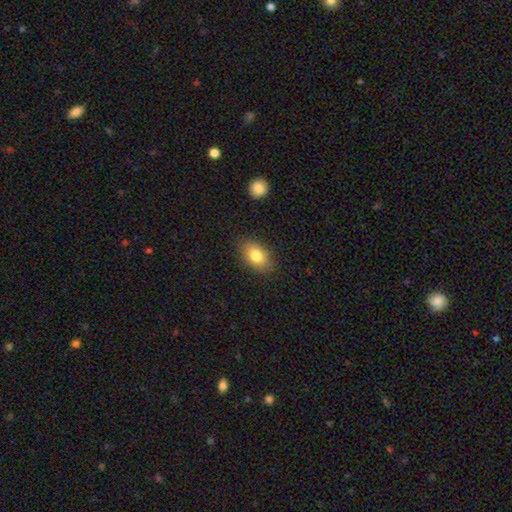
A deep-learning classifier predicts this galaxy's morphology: Smooth or featured?
  - smooth: 80% *
  - featured or disk: 11%
  - star or artifact: 8%
How rounded?
  - in between: 85% *
  - round: 13%
  - cigar-shaped: 2%
Merging?
  - none: 85% *
  - minor disturbance: 11%
  - major disturbance: 3%
  - merger: 1%